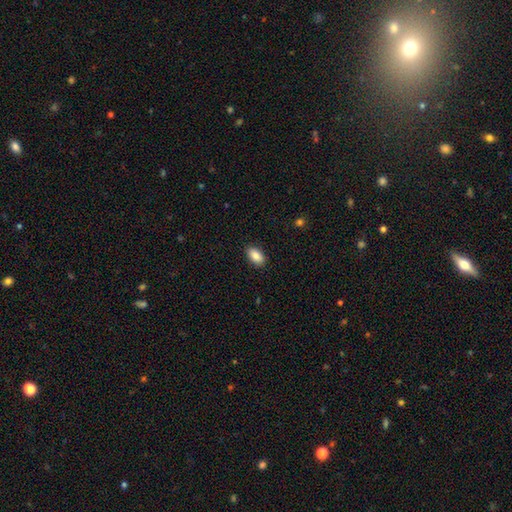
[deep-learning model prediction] smooth_or_featured: smooth (p=0.88) [alt: star or artifact p=0.07]
how_rounded: in between (p=0.93) [alt: round p=0.04]
merging: none (p=0.89) [alt: minor disturbance p=0.08]